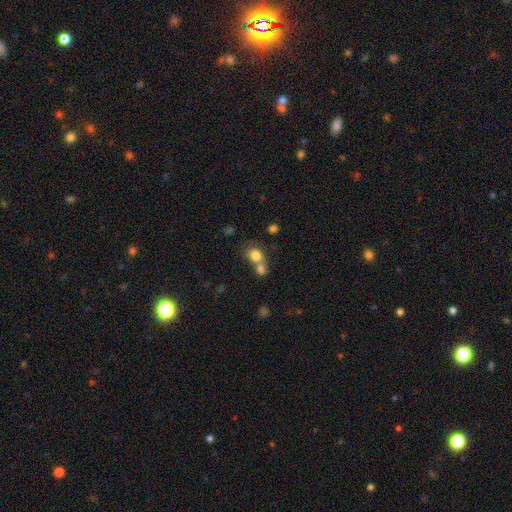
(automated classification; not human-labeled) Overall: smooth (80%). How rounded: round (65%; in between 34%). Merging: merger (50%; none 37%).